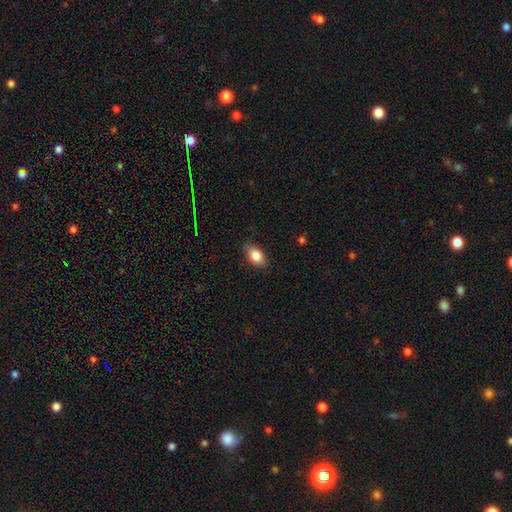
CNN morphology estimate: A smooth galaxy with no disk features (84%) that is in between round and cigar-shaped (88%).

Vote fractions:
- Smooth or featured? smooth: 84% / featured or disk: 9% / star or artifact: 8%
- How rounded? in between: 88% / round: 10% / cigar-shaped: 3%
- Merging? none: 83% / minor disturbance: 13% / major disturbance: 3% / merger: 1%